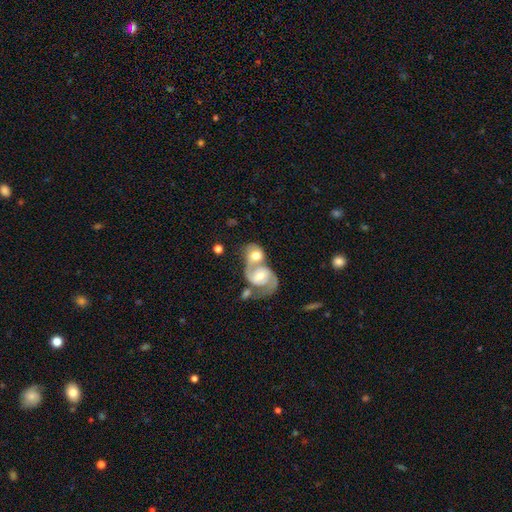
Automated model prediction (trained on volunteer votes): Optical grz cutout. It shows a featured or disk galaxy (67%) with no bar (54%), 2 (82%) medium (51%) spiral arms (88%) and a moderate central bulge (64%). Merging: merger (71%).